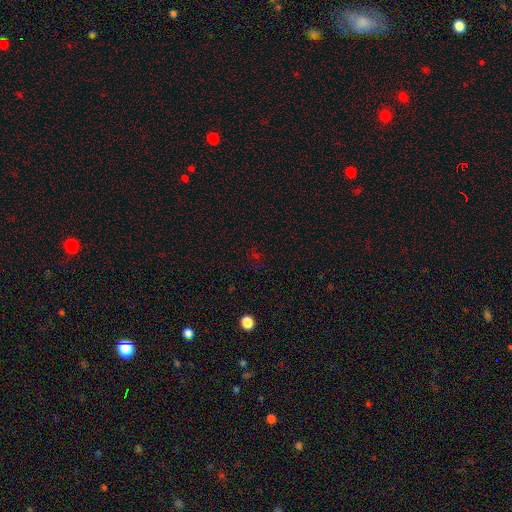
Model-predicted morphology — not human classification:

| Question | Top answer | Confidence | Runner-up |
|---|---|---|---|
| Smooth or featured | star or artifact | 60% | smooth (32%) |